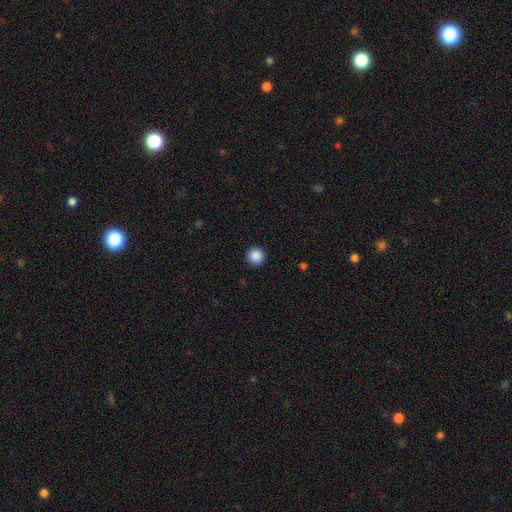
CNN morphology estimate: A smooth galaxy with no disk features (88%) that is round (96%). Merging: none (93%).